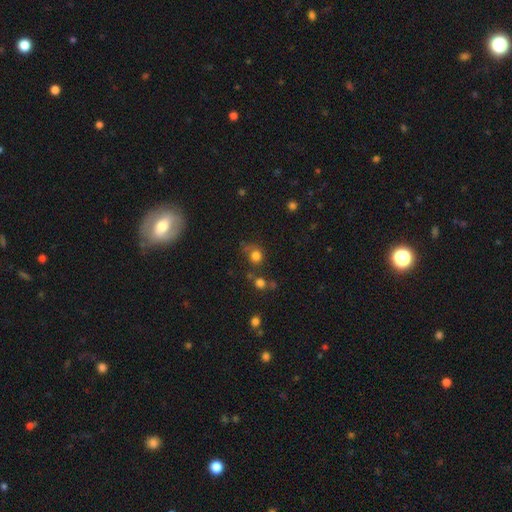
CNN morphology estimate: type=smooth (77%); roundness=round (83%); merging=none (61%).